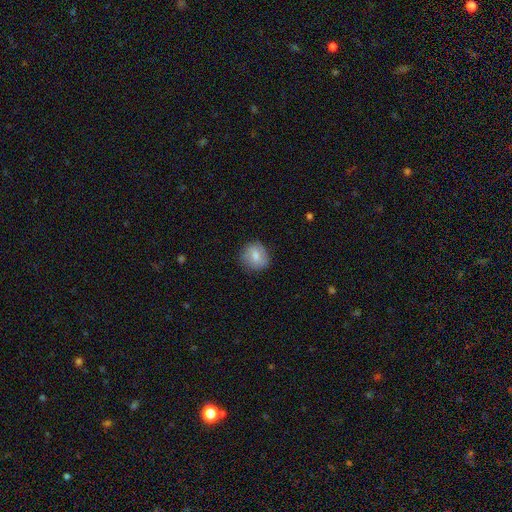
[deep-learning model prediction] Smooth or featured? Predicted: smooth (p=0.66). How rounded? Predicted: round (p=0.81). Merging? Predicted: none (p=0.81).